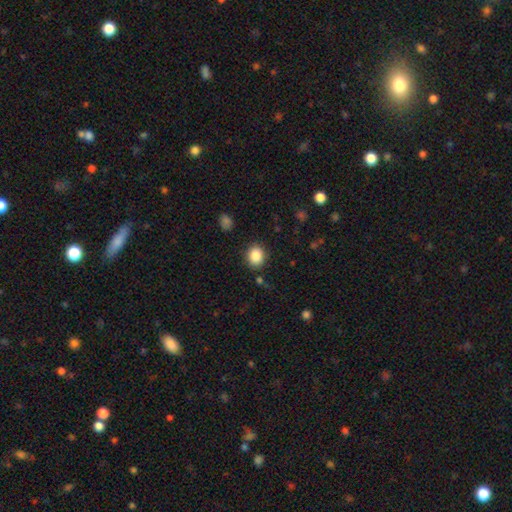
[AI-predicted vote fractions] Smooth or featured: smooth — 86% (star or artifact — 9%)
How rounded: round — 62% (in between — 37%)
Merging: none — 86% (minor disturbance — 9%)